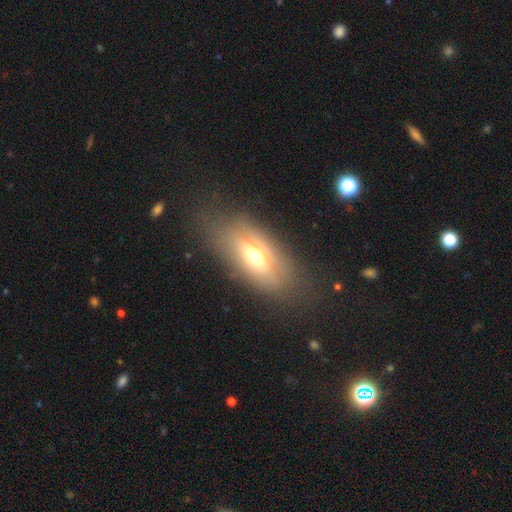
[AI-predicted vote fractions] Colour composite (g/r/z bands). It shows a smooth galaxy with no disk features (51%) that is in between round and cigar-shaped (79%). Merging: none (68%).